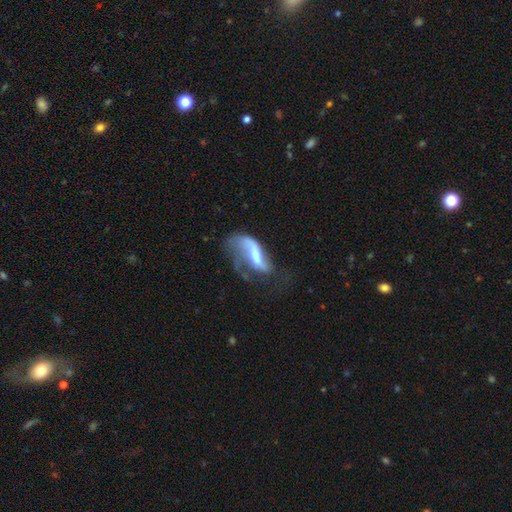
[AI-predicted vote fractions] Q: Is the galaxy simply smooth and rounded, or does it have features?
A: featured or disk — 68%.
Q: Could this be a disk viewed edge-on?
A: no — 90%.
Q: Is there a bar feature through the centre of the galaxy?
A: no — 37%.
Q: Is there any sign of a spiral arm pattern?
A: yes — 75%.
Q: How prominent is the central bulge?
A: moderate — 53%.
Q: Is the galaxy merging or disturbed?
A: major disturbance — 45%.